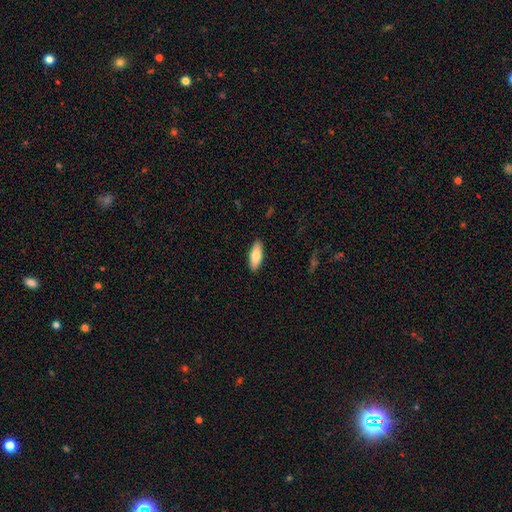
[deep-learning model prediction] This appears to be a smooth galaxy with no disk features (78%) that is in between round and cigar-shaped (69%). Merging: none (90%).